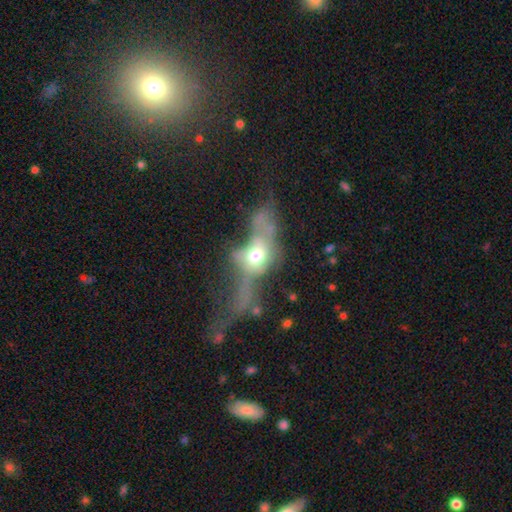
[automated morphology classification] A featured or disk galaxy (48%). Merging: major disturbance (58%).